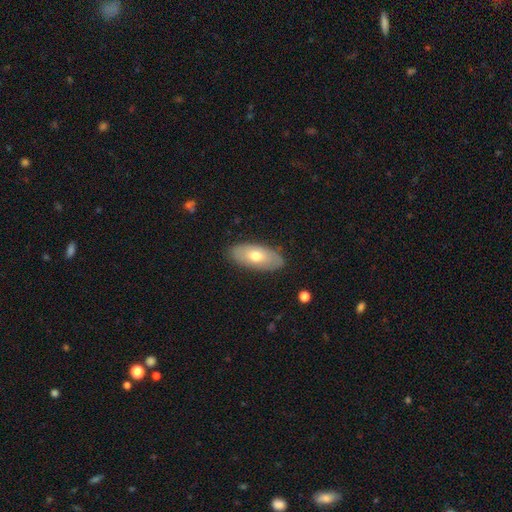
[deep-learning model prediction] The model was most divided on "smooth or featured": smooth: 64%, featured or disk: 31%, star or artifact: 6%. More confident: how rounded — in between (90%); merging — none (85%).